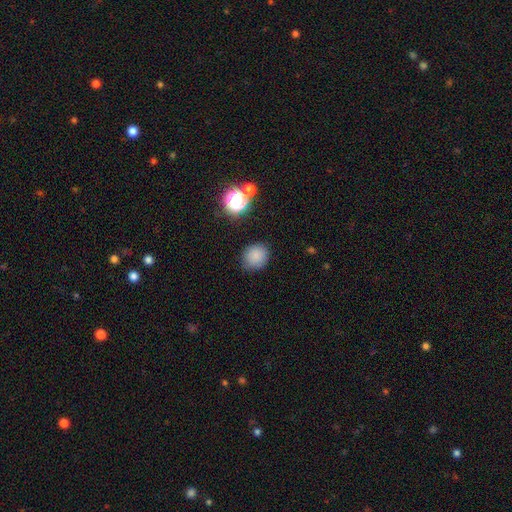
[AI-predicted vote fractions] A smooth galaxy with no disk features (82%) that is round (80%).

Vote fractions:
- Smooth or featured? smooth: 82% / star or artifact: 13% / featured or disk: 5%
- How rounded? round: 80% / in between: 19% / cigar-shaped: 1%
- Merging? none: 81% / minor disturbance: 13% / major disturbance: 3% / merger: 2%